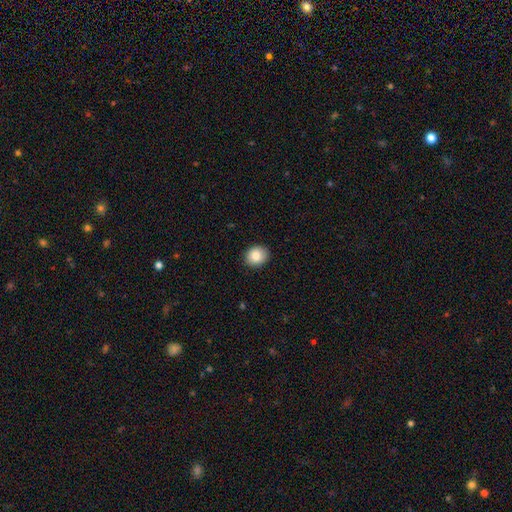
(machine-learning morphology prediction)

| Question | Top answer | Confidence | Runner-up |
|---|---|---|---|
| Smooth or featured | smooth | 84% | star or artifact (8%) |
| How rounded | round | 67% | in between (32%) |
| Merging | none | 90% | minor disturbance (8%) |